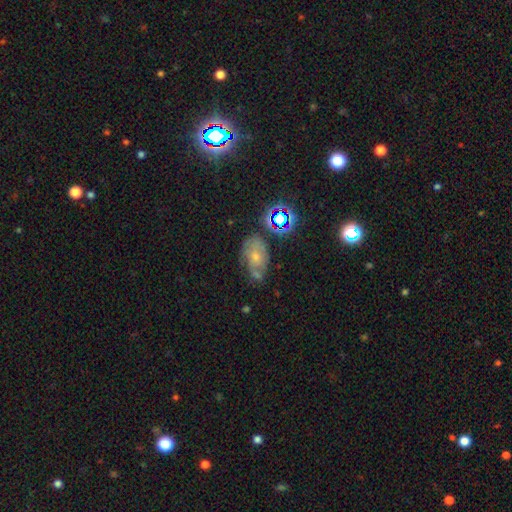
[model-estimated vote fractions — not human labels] smooth_or_featured: featured or disk (p=0.41) [alt: smooth p=0.37]
merging: none (p=0.47) [alt: minor disturbance p=0.30]